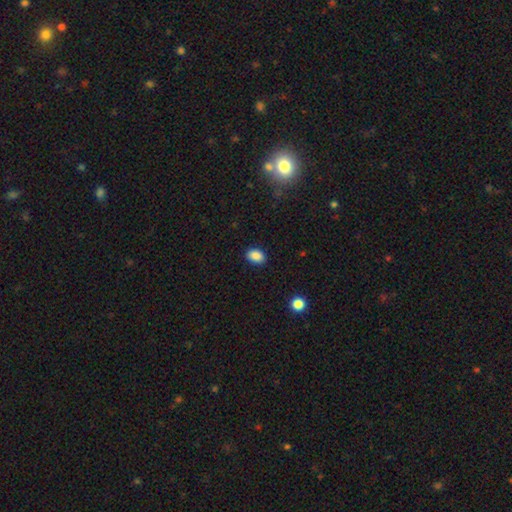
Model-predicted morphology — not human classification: smooth-or-featured: smooth: 88% | star or artifact: 9% | featured or disk: 3%
  how-rounded: in between: 81% | round: 18% | cigar-shaped: 1%
  merging: none: 88% | minor disturbance: 9% | major disturbance: 2% | merger: 1%